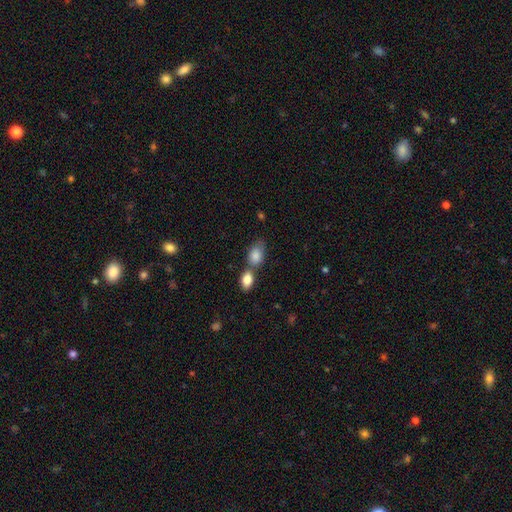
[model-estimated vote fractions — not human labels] Smooth or featured? smooth (85%)
How rounded? in between (84%)
Merging? merger (44%)